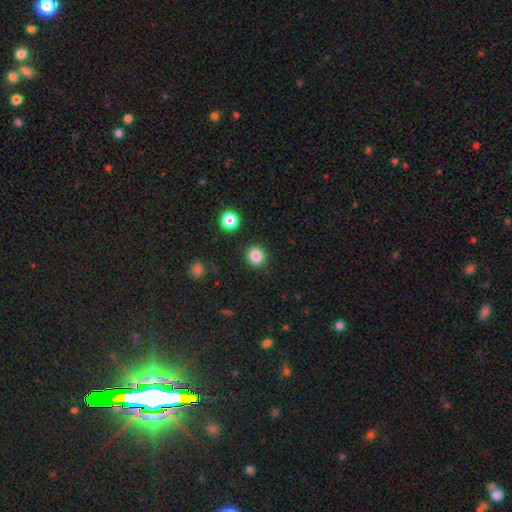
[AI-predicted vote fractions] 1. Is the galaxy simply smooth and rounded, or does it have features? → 85% smooth, 11% star or artifact, 4% featured or disk.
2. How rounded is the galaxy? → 84% round, 15% in between, 1% cigar-shaped.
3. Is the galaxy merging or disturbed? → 88% none, 7% minor disturbance, 3% major disturbance, 2% merger.